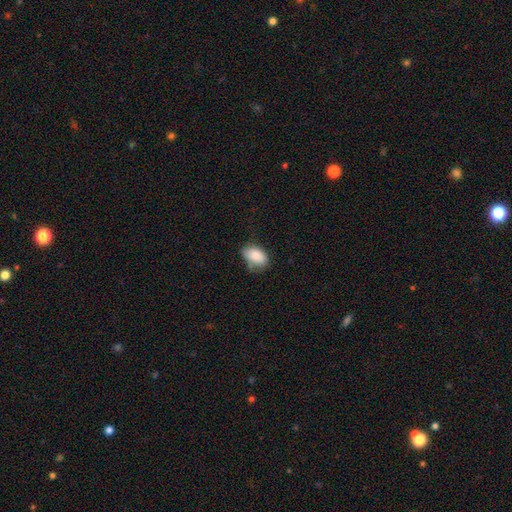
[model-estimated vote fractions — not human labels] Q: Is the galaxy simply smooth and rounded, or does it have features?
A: smooth — 83%.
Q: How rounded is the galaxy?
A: in between — 89%.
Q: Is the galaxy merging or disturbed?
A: none — 53%.